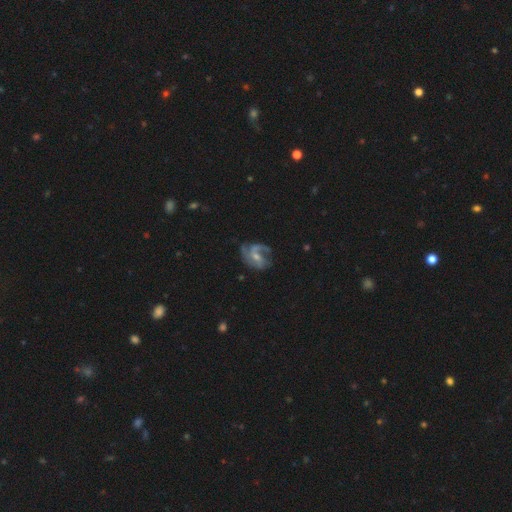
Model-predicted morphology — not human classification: A featured or disk galaxy (82%) with no bar (46%), 2 (35%) medium (48%) spiral arms (93%) and a small central bulge (54%). Merging: none (52%).